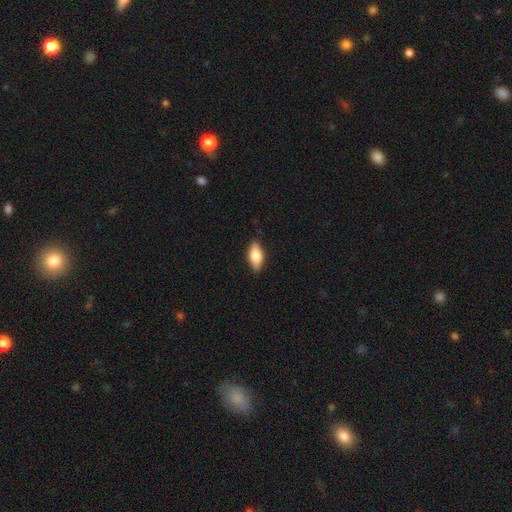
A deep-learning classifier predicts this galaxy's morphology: Smooth or featured?
  - smooth: 71% *
  - featured or disk: 22%
  - star or artifact: 7%
How rounded?
  - in between: 84% *
  - cigar-shaped: 12%
  - round: 3%
Merging?
  - none: 85% *
  - minor disturbance: 11%
  - major disturbance: 2%
  - merger: 1%